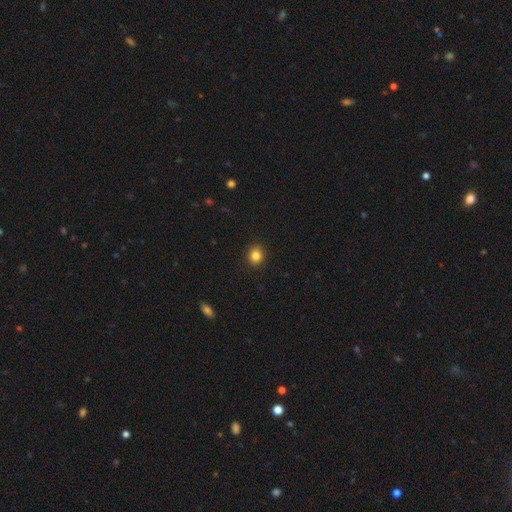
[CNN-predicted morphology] type=smooth (84%); roundness=round (75%); merging=none (91%).